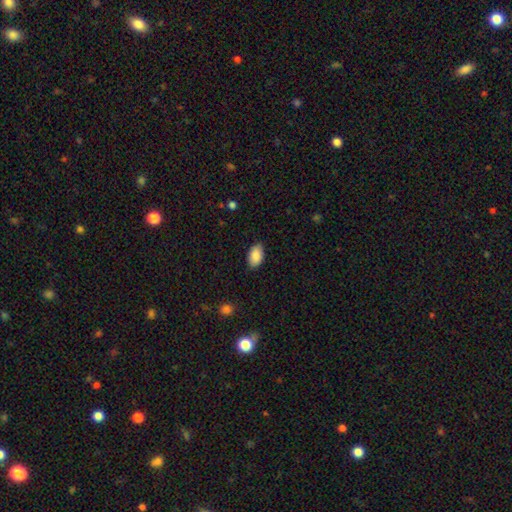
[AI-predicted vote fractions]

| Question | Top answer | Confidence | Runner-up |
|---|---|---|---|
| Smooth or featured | smooth | 88% | star or artifact (7%) |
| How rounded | in between | 93% | round (6%) |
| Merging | none | 84% | minor disturbance (12%) |